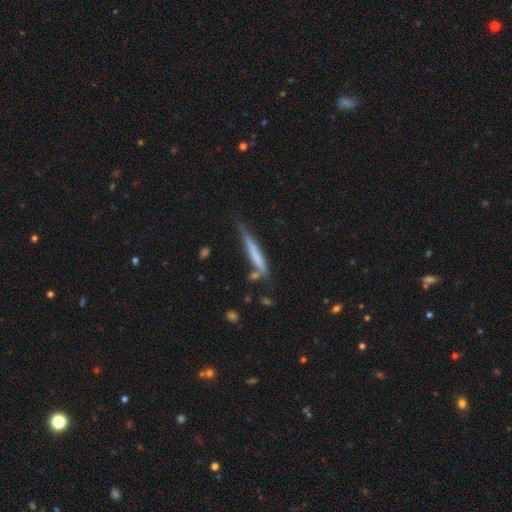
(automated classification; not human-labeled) smooth 55%, featured or disk 38%, star or artifact 7%. Down the decision tree: how rounded — cigar-shaped (94%); merging — none (52%).